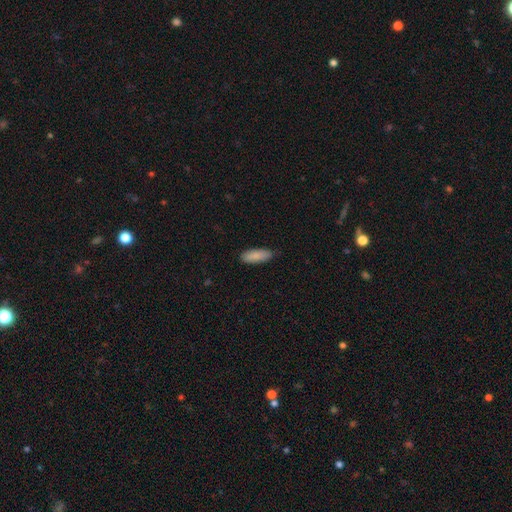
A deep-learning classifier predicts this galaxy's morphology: smooth-or-featured: smooth: 88% | featured or disk: 7% | star or artifact: 6%
  how-rounded: in between: 66% | cigar-shaped: 33% | round: 2%
  merging: none: 84% | minor disturbance: 13% | major disturbance: 2% | merger: 1%